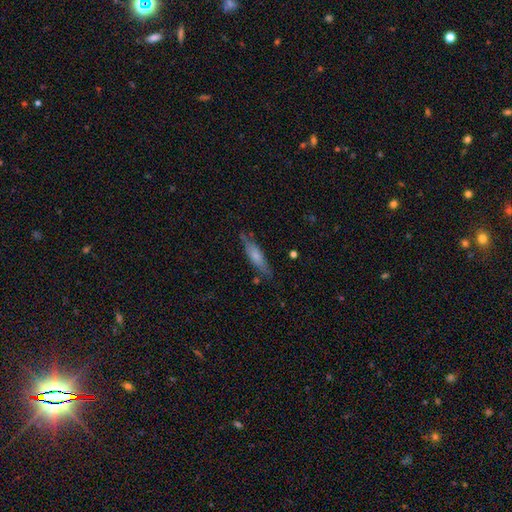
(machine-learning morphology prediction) type=smooth (63%); roundness=cigar-shaped (72%); merging=none (75%).